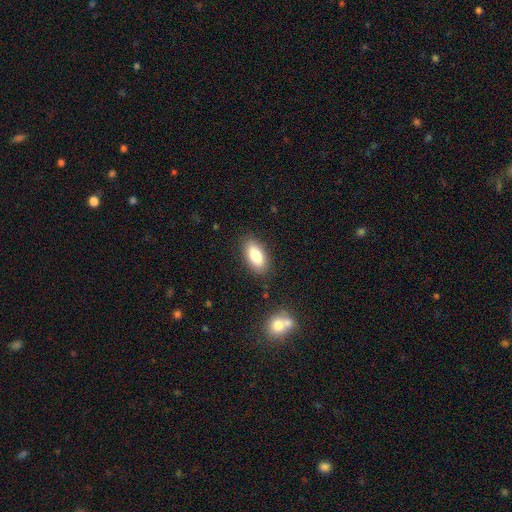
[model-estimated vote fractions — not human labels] This appears to be a smooth galaxy with no disk features (81%) that is in between round and cigar-shaped (88%). Merging: none (86%).